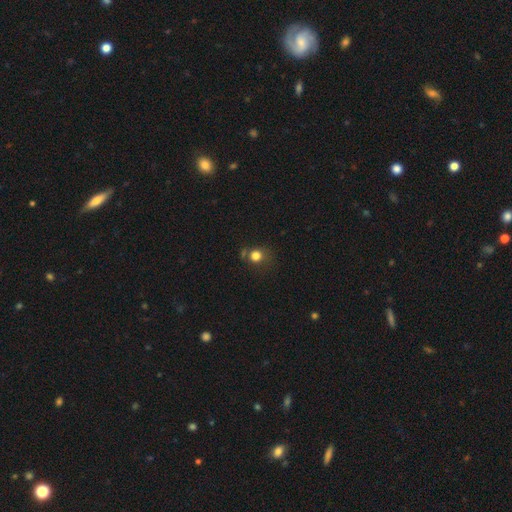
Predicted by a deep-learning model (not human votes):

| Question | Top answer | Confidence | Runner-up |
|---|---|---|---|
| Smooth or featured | smooth | 78% | star or artifact (14%) |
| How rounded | round | 82% | in between (17%) |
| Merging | none | 61% | minor disturbance (18%) |